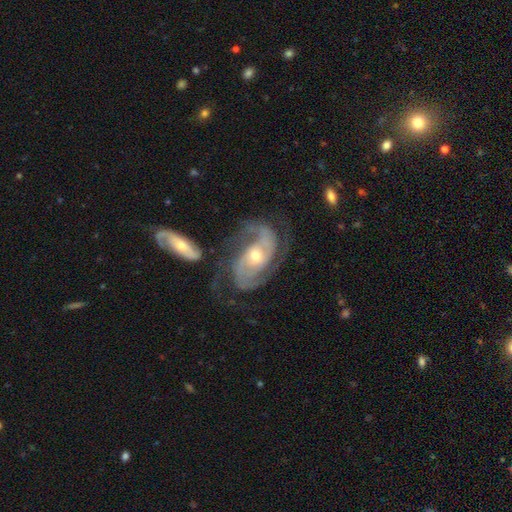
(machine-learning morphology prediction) Smooth or featured? Predicted: featured or disk (p=0.90). Edge-on disk? Predicted: no (p=0.96). Bar? Predicted: no (p=0.58). Spiral arms? Predicted: yes (p=0.97). Spiral winding? Predicted: medium (p=0.46). Spiral arm count? Predicted: 2 (p=0.69). Bulge size? Predicted: moderate (p=0.54). Merging? Predicted: none (p=0.57).